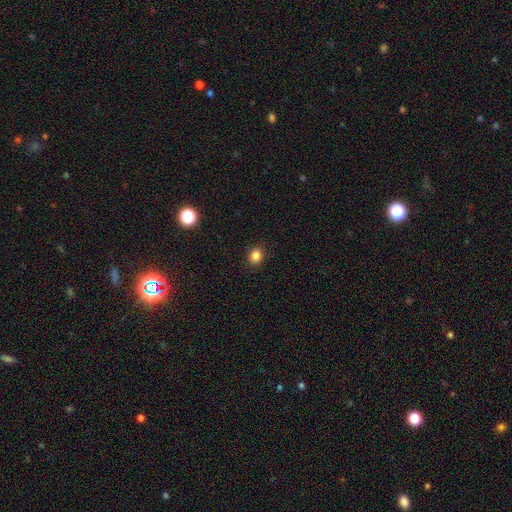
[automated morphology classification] This appears to be a smooth galaxy with no disk features (84%) that is round (69%). Merging: none (89%).